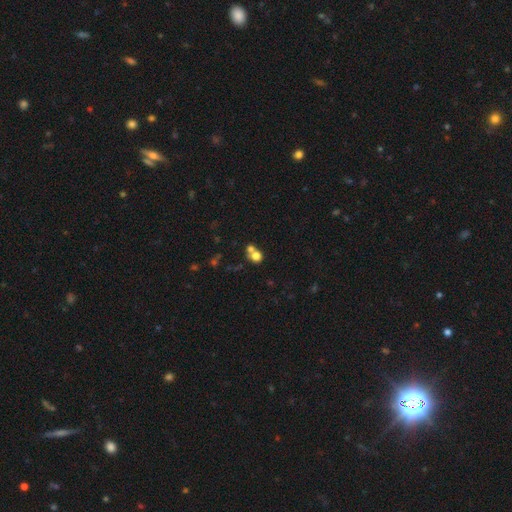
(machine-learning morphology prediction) Smooth or featured? smooth (73%)
How rounded? round (81%)
Merging? merger (49%)